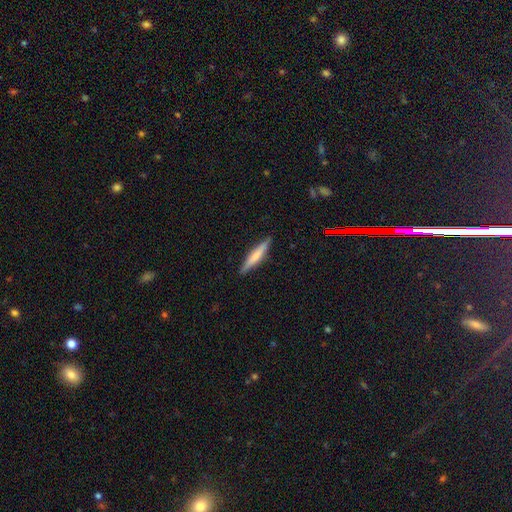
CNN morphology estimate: Q: Smooth or featured?
A: smooth (52%); runner-up: featured or disk (43%)
Q: How rounded?
A: cigar-shaped (92%); runner-up: in between (7%)
Q: Merging?
A: none (90%); runner-up: minor disturbance (7%)